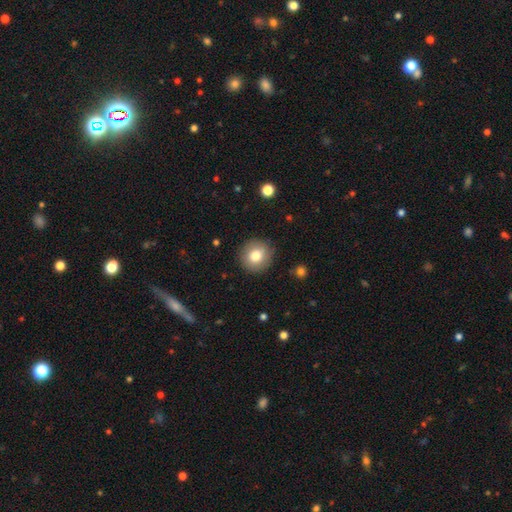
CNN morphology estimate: This appears to be a smooth galaxy with no disk features (79%) that is round (92%). Merging: none (89%).